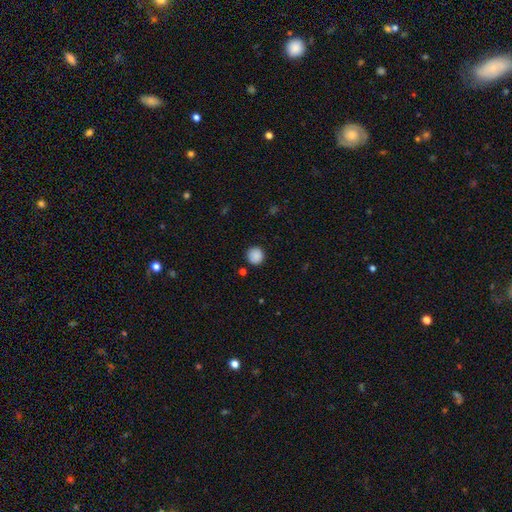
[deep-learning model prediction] Smooth or featured?
  - smooth: 88% *
  - star or artifact: 9%
  - featured or disk: 3%
How rounded?
  - round: 94% *
  - in between: 5%
  - cigar-shaped: 1%
Merging?
  - none: 88% *
  - minor disturbance: 8%
  - major disturbance: 2%
  - merger: 2%